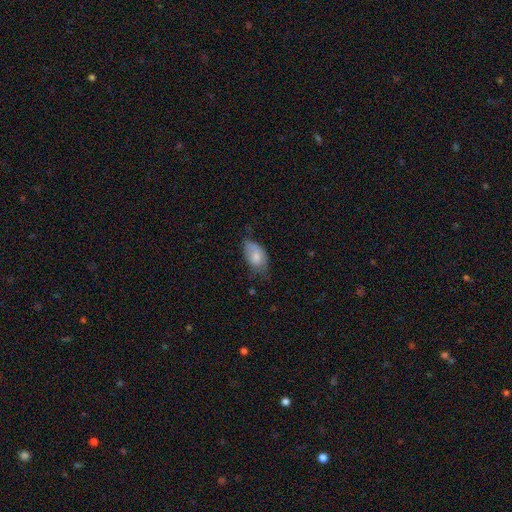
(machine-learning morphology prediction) Smooth or featured? Predicted: smooth (p=0.75). How rounded? Predicted: in between (p=0.93). Merging? Predicted: none (p=0.46).